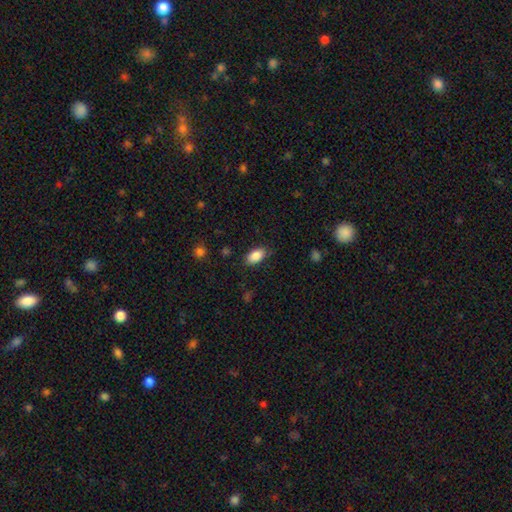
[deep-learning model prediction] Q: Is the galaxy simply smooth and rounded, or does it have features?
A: smooth — 86%.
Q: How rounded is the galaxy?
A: in between — 92%.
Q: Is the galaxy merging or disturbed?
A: none — 79%.